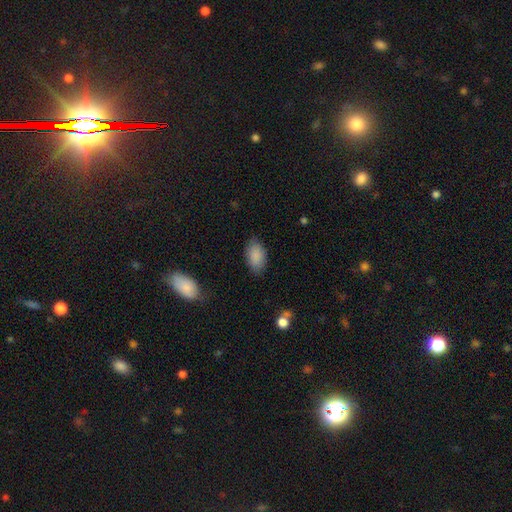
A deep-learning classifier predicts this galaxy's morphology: smooth 88%, star or artifact 7%, featured or disk 5%. Down the decision tree: how rounded — in between (93%); merging — none (83%).